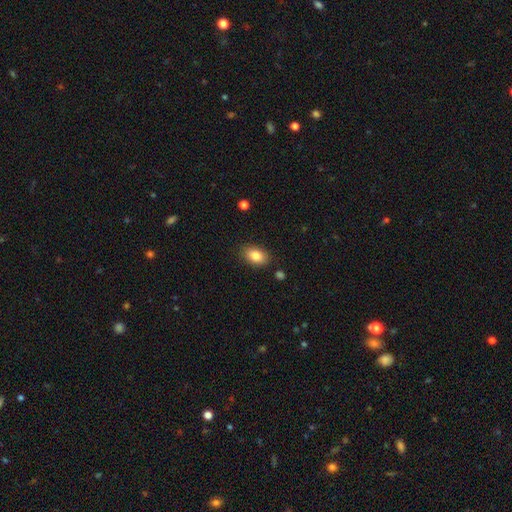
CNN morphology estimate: smooth-or-featured: smooth: 84% | star or artifact: 8% | featured or disk: 8%
  how-rounded: in between: 88% | round: 10% | cigar-shaped: 2%
  merging: none: 85% | minor disturbance: 10% | major disturbance: 2% | merger: 2%